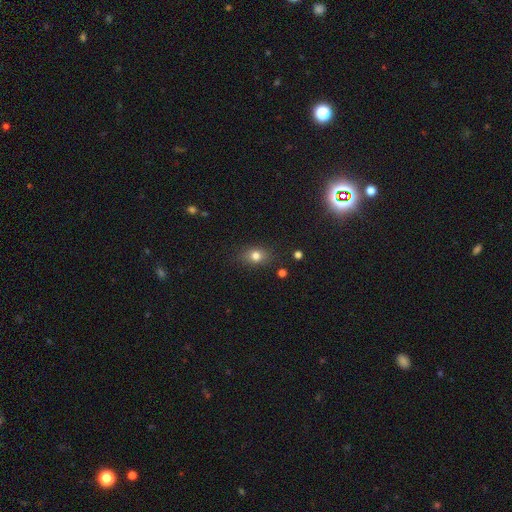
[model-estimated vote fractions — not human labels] A smooth galaxy with no disk features (77%) that is in between round and cigar-shaped (60%). Merging: none (82%).